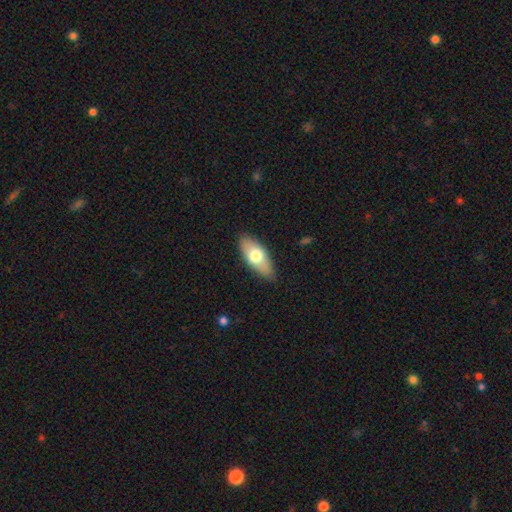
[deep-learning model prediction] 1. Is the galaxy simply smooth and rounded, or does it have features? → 67% smooth, 27% featured or disk, 6% star or artifact.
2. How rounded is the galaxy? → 82% in between, 15% cigar-shaped, 3% round.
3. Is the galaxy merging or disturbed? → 85% none, 12% minor disturbance, 2% major disturbance, 1% merger.